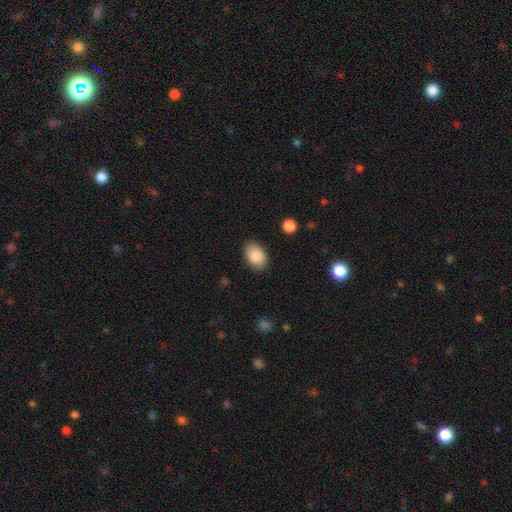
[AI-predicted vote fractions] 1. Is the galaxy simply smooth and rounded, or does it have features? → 88% smooth, 7% star or artifact, 5% featured or disk.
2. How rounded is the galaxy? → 87% in between, 12% round, 1% cigar-shaped.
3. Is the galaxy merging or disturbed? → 85% none, 12% minor disturbance, 3% major disturbance, 1% merger.